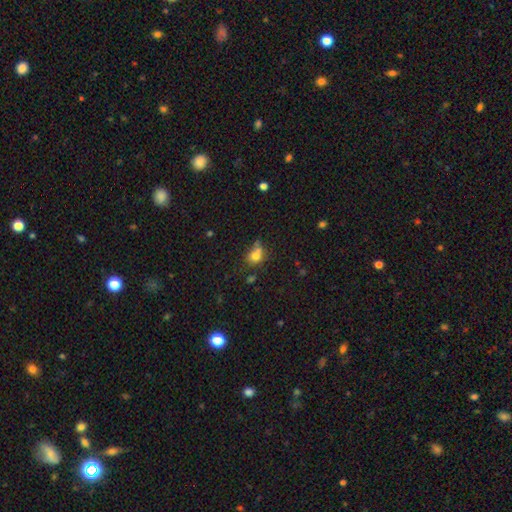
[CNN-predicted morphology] smooth 75%, star or artifact 14%, featured or disk 11%. Down the decision tree: how rounded — round (57%); merging — none (45%).